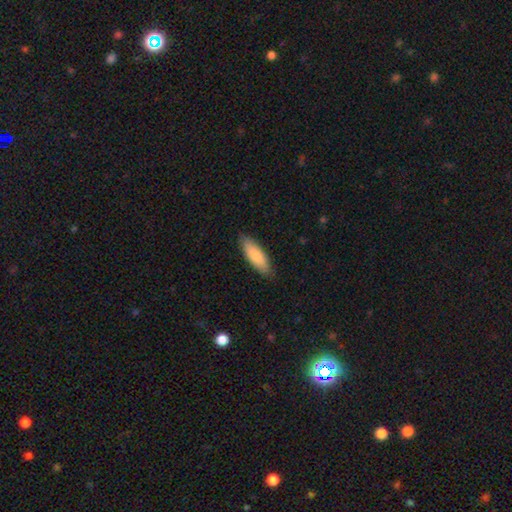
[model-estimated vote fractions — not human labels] This appears to be a smooth galaxy with no disk features (85%) that is in between round and cigar-shaped (60%). Merging: none (86%).